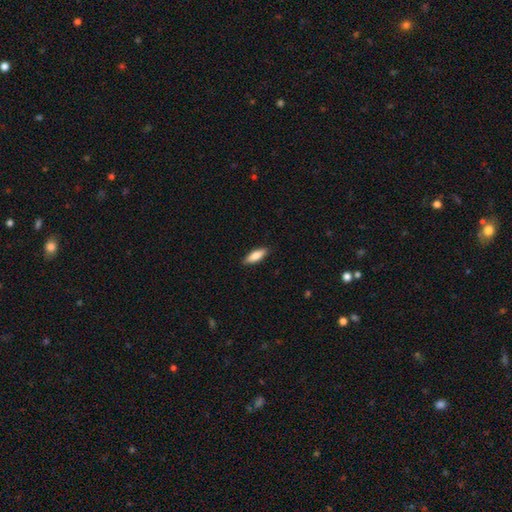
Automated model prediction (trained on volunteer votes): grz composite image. It shows a smooth galaxy with no disk features (83%) that is in between round and cigar-shaped (62%). Merging: none (88%).